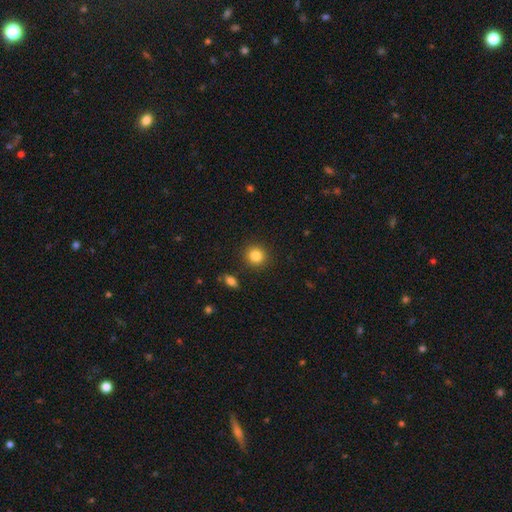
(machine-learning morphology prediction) Smooth or featured: smooth — 84% (star or artifact — 10%)
How rounded: round — 91% (in between — 8%)
Merging: none — 90% (minor disturbance — 6%)